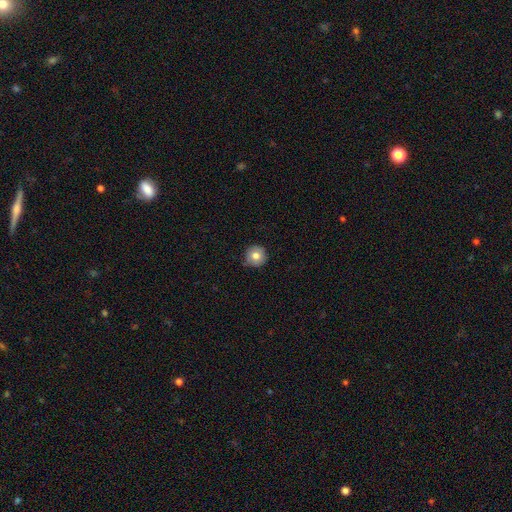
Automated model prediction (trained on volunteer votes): Morphology: type=smooth (78%); roundness=round (96%); merging=none (86%).